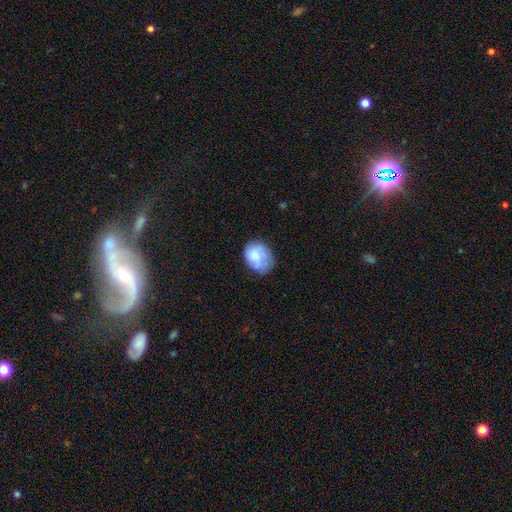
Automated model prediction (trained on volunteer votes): Smooth or featured?
  - smooth: 70% *
  - featured or disk: 23%
  - star or artifact: 8%
How rounded?
  - in between: 57% *
  - round: 42%
  - cigar-shaped: 1%
Merging?
  - none: 57% *
  - minor disturbance: 29%
  - major disturbance: 11%
  - merger: 3%